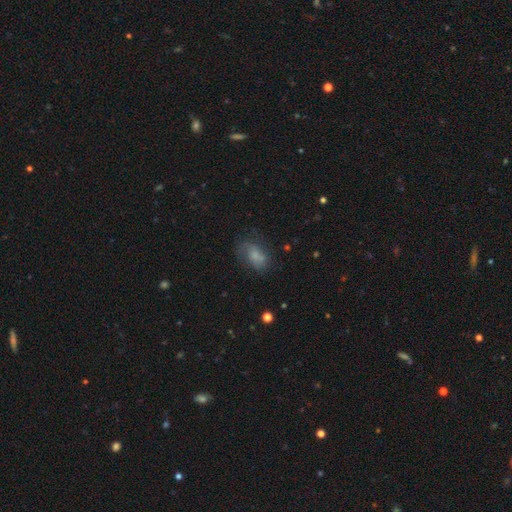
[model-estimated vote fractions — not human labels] This appears to be a smooth galaxy with no disk features (61%) that is in between round and cigar-shaped (85%). Merging: none (55%).